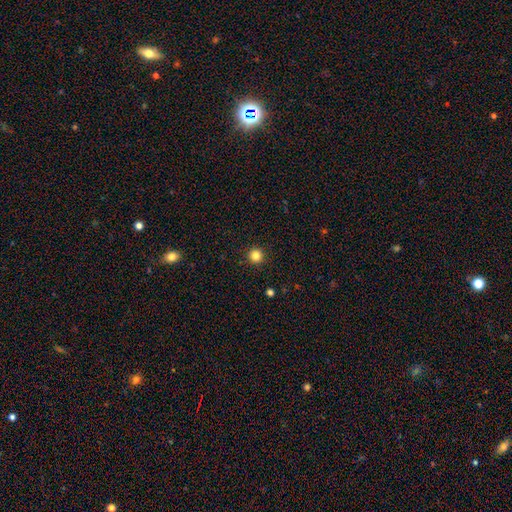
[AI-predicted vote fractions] Smooth or featured?
  - smooth: 83% *
  - star or artifact: 13%
  - featured or disk: 4%
How rounded?
  - round: 96% *
  - in between: 3%
  - cigar-shaped: 1%
Merging?
  - none: 93% *
  - minor disturbance: 4%
  - major disturbance: 2%
  - merger: 1%